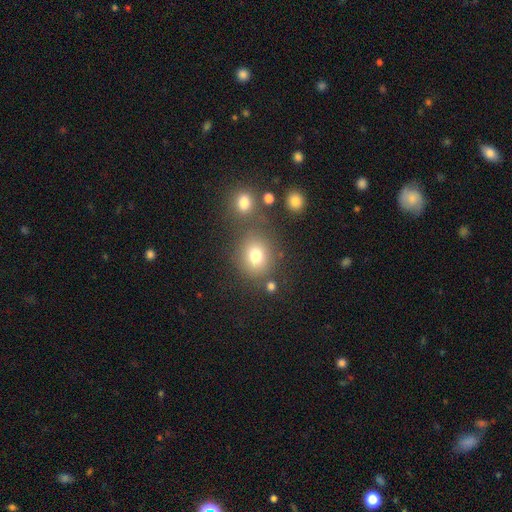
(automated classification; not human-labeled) Smooth or featured? Predicted: smooth (p=0.76). How rounded? Predicted: round (p=0.76). Merging? Predicted: none (p=0.71).